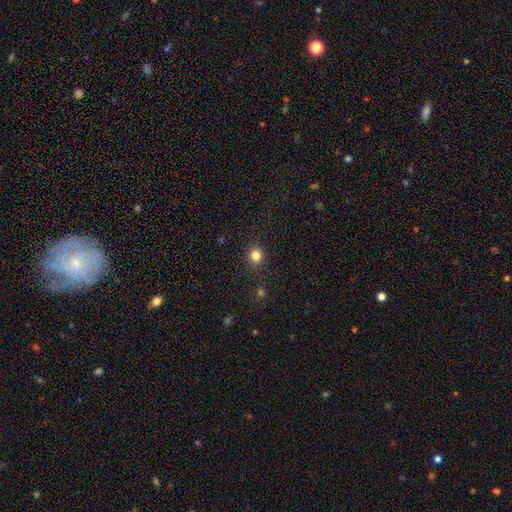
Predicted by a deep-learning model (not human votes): Overall: smooth (83%). How rounded: round (83%). Merging: none (88%).